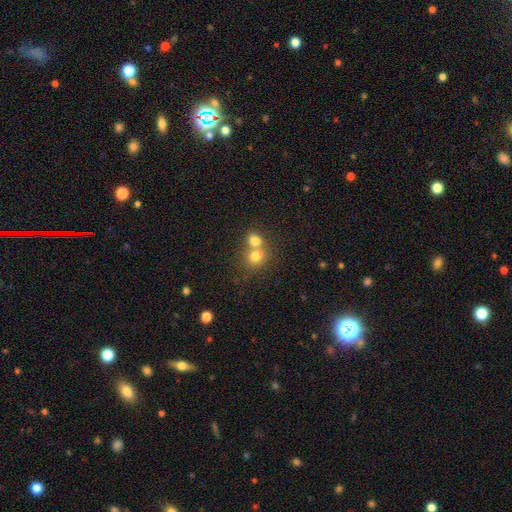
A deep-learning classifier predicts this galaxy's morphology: smooth_or_featured: smooth (p=0.74) [alt: featured or disk p=0.14]
how_rounded: round (p=0.66) [alt: in between p=0.33]
merging: merger (p=0.60) [alt: none p=0.31]